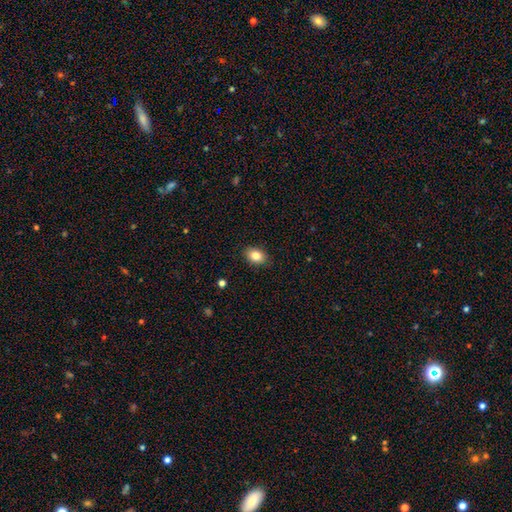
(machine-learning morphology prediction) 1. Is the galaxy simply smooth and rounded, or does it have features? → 83% smooth, 9% star or artifact, 8% featured or disk.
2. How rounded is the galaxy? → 76% in between, 23% round, 1% cigar-shaped.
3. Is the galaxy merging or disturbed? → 89% none, 8% minor disturbance, 2% major disturbance, 1% merger.